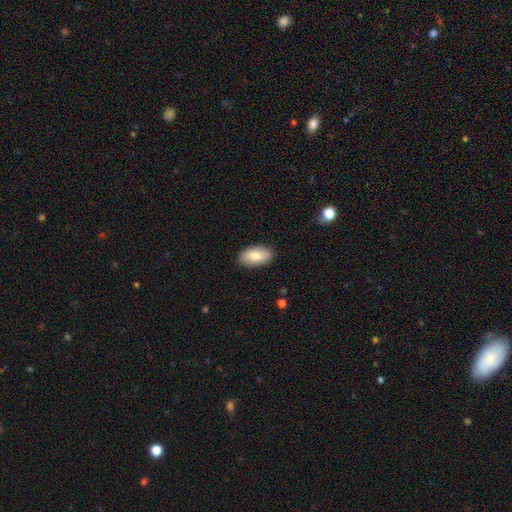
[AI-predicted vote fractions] Morphology: type=smooth (83%); roundness=in between (94%); merging=none (87%).